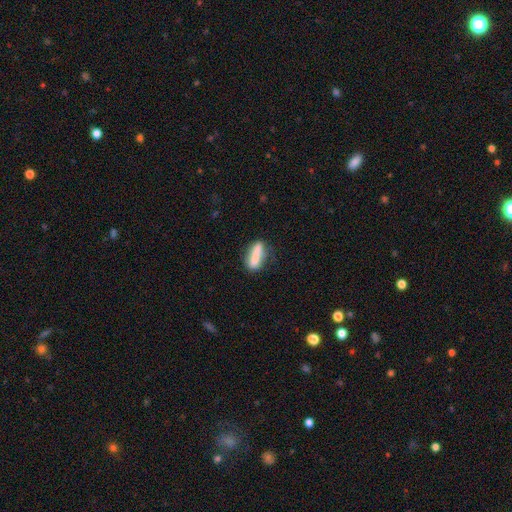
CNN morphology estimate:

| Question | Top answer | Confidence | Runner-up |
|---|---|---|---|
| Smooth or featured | smooth | 74% | featured or disk (18%) |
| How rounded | cigar-shaped | 62% | in between (35%) |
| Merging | none | 69% | minor disturbance (19%) |